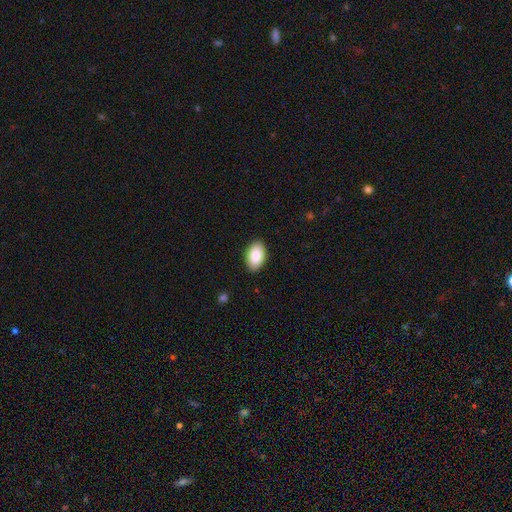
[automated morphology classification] This is clearly a smooth galaxy (88%). How rounded: clearly in between (94%). Merging: clearly none (88%).